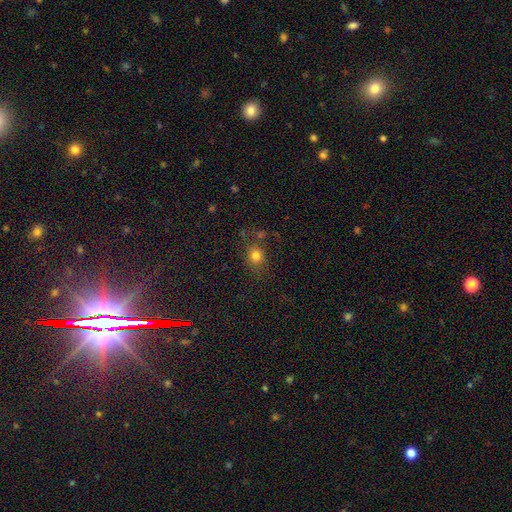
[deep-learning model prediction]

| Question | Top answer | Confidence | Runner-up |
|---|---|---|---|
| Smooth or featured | smooth | 77% | star or artifact (15%) |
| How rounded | round | 74% | in between (24%) |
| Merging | none | 70% | minor disturbance (15%) |